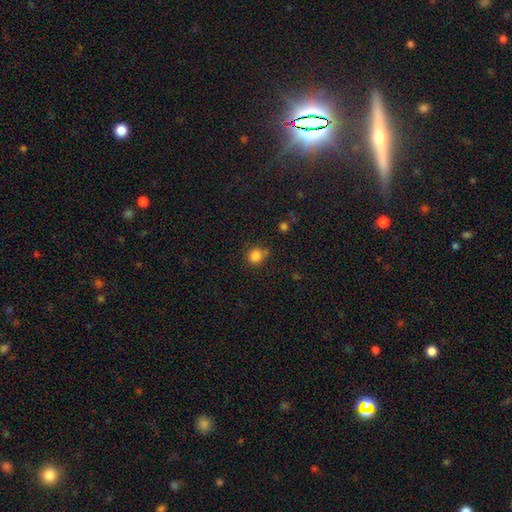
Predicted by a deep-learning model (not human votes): Q: Smooth or featured?
A: smooth (84%); runner-up: star or artifact (12%)
Q: How rounded?
A: round (78%); runner-up: in between (21%)
Q: Merging?
A: none (67%); runner-up: minor disturbance (20%)